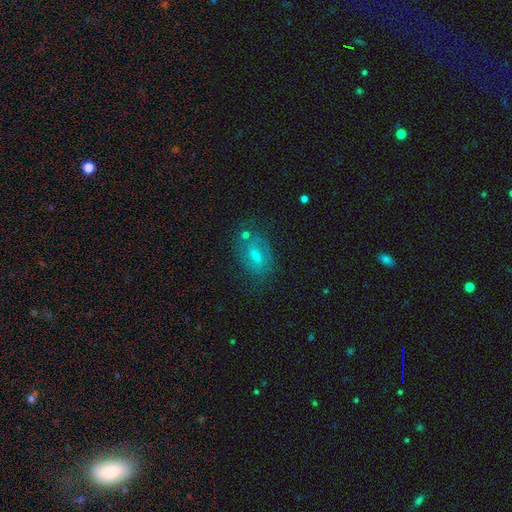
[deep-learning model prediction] Smooth or featured? smooth (43%)
Merging? none (67%)